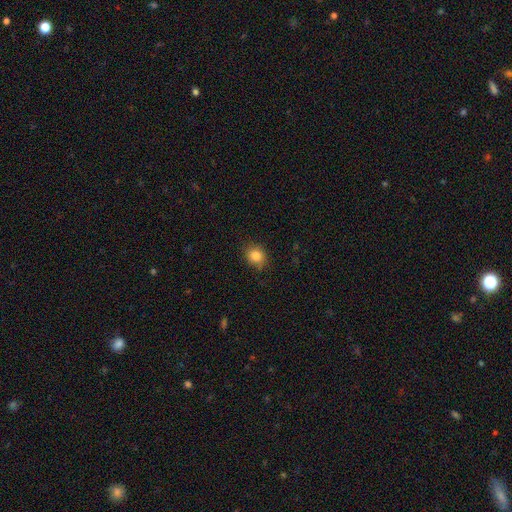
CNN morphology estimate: Smooth or featured?
  - smooth: 85% *
  - star or artifact: 10%
  - featured or disk: 4%
How rounded?
  - round: 71% *
  - in between: 28%
  - cigar-shaped: 1%
Merging?
  - none: 81% *
  - minor disturbance: 15%
  - major disturbance: 3%
  - merger: 1%